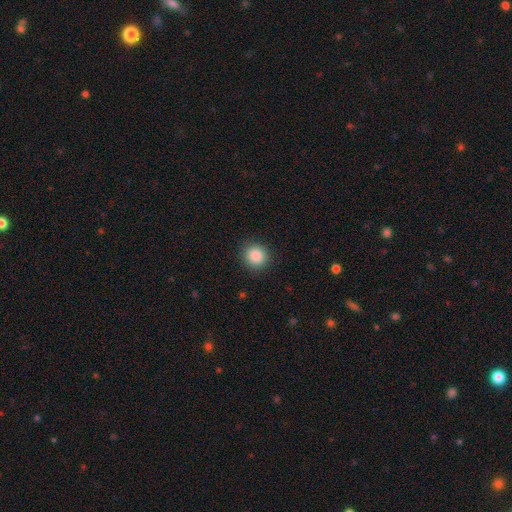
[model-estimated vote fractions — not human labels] smooth-or-featured: smooth: 88% | star or artifact: 9% | featured or disk: 3%
  how-rounded: round: 91% | in between: 9% | cigar-shaped: 1%
  merging: none: 90% | minor disturbance: 7% | major disturbance: 2% | merger: 1%